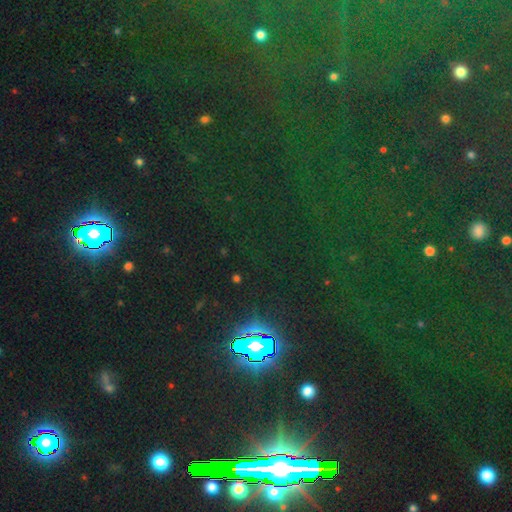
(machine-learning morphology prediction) type=star or artifact (83%).